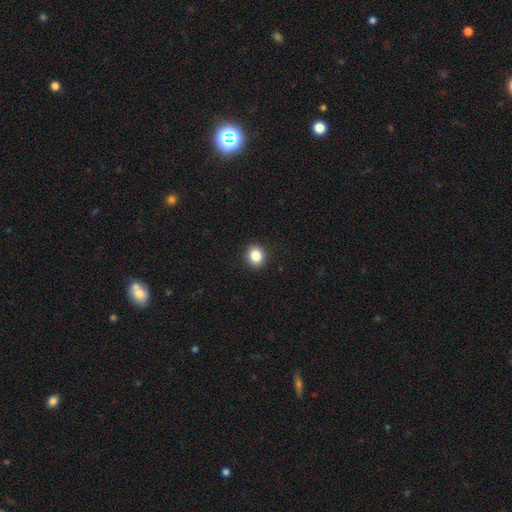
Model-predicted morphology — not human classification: smooth 85%, star or artifact 10%, featured or disk 5%. Down the decision tree: how rounded — round (77%); merging — none (92%).